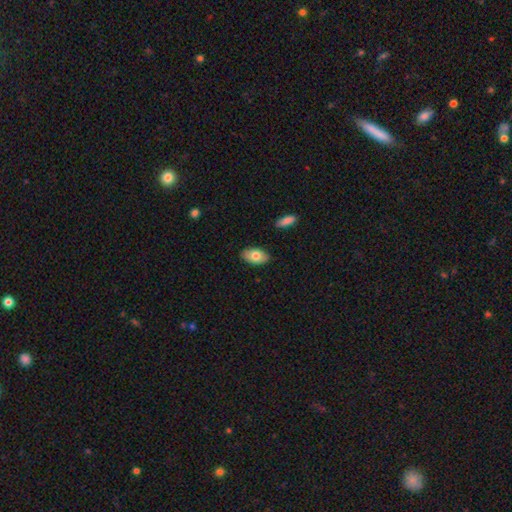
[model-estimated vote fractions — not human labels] Smooth or featured?
  - smooth: 77% *
  - featured or disk: 17%
  - star or artifact: 6%
How rounded?
  - in between: 94% *
  - round: 4%
  - cigar-shaped: 2%
Merging?
  - none: 86% *
  - minor disturbance: 10%
  - major disturbance: 2%
  - merger: 1%